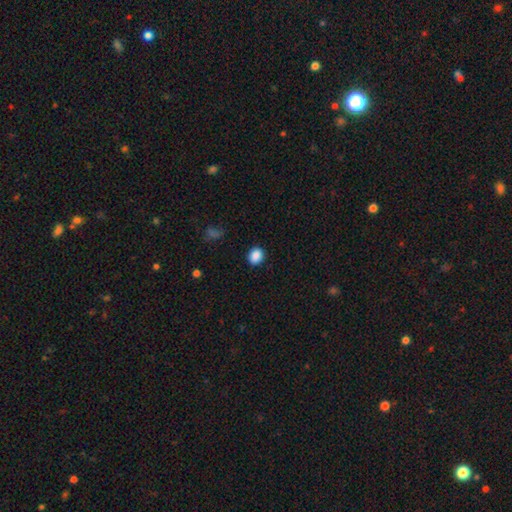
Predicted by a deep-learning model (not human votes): smooth_or_featured: smooth (p=0.88) [alt: star or artifact p=0.09]
how_rounded: round (p=0.56) [alt: in between p=0.43]
merging: none (p=0.88) [alt: minor disturbance p=0.09]